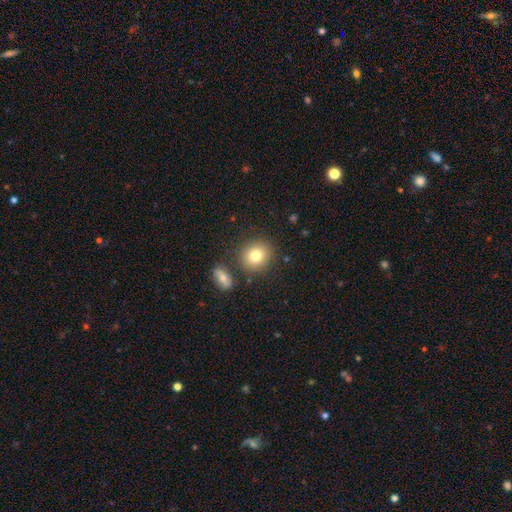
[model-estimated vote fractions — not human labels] smooth_or_featured: smooth (p=0.79) [alt: star or artifact p=0.11]
how_rounded: round (p=0.80) [alt: in between p=0.19]
merging: none (p=0.80) [alt: minor disturbance p=0.09]